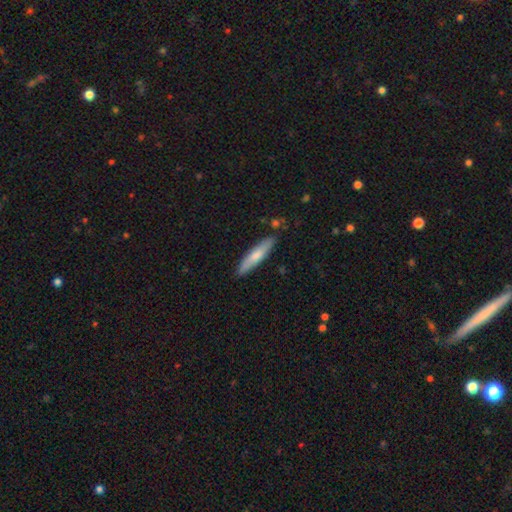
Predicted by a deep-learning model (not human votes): Smooth or featured: smooth — 67% (featured or disk — 28%)
How rounded: cigar-shaped — 84% (in between — 15%)
Merging: none — 86% (minor disturbance — 10%)